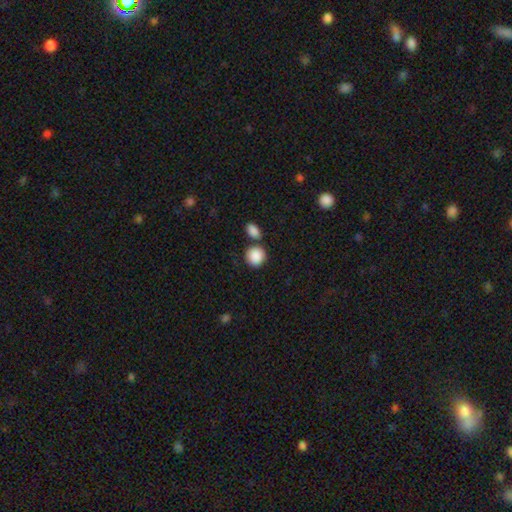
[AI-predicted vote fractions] Morphology: type=smooth (89%); roundness=round (84%); merging=none (70%).